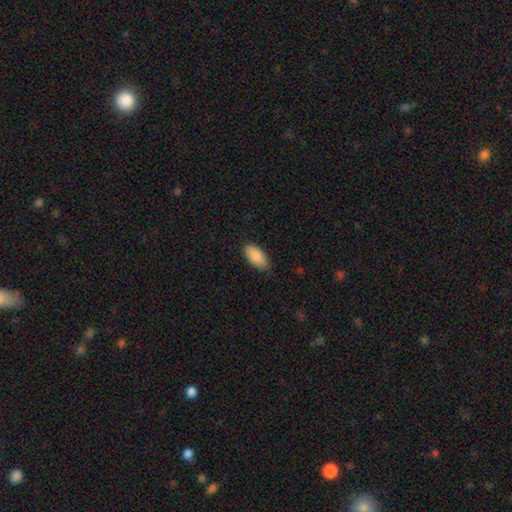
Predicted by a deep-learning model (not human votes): The model was most divided on "merging": none: 81%, minor disturbance: 16%, major disturbance: 2%, merger: 1%. More confident: how rounded — in between (93%); smooth or featured — smooth (90%).